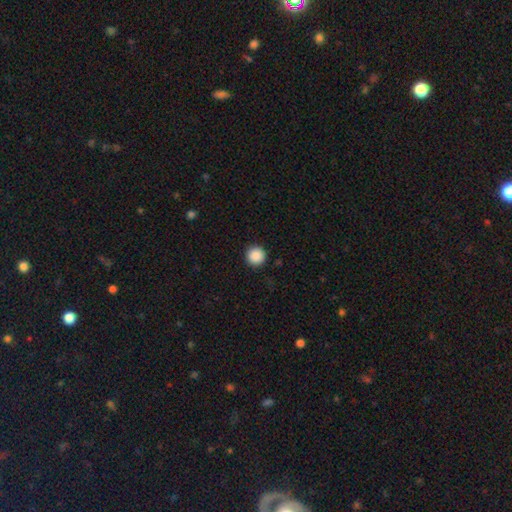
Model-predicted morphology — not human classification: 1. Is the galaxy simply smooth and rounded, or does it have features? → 89% smooth, 9% star or artifact, 2% featured or disk.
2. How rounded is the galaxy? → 96% round, 3% in between, 1% cigar-shaped.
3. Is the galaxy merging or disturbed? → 93% none, 5% minor disturbance, 2% major disturbance, 1% merger.